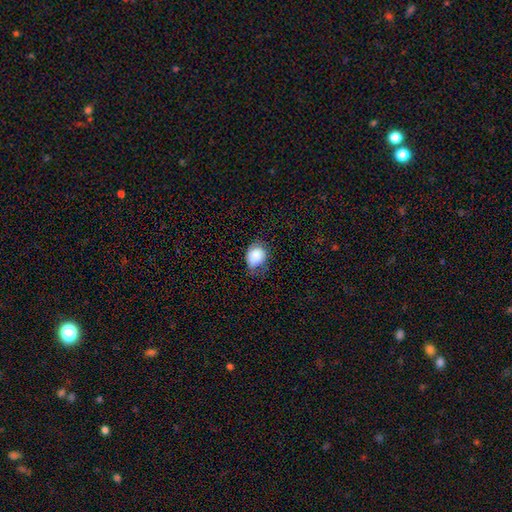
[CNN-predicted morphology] Q: Smooth or featured?
A: smooth (82%); runner-up: featured or disk (10%)
Q: How rounded?
A: in between (58%); runner-up: round (41%)
Q: Merging?
A: none (50%); runner-up: minor disturbance (35%)